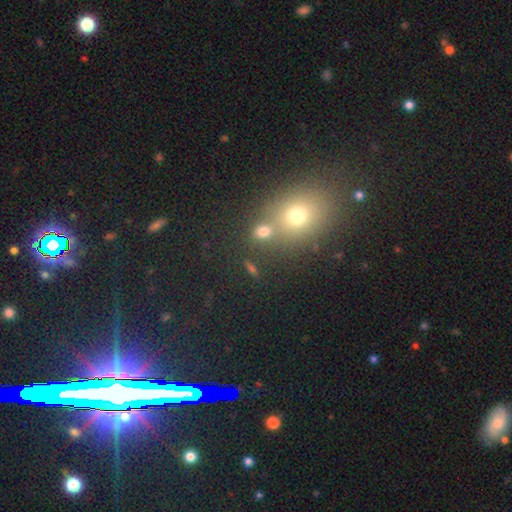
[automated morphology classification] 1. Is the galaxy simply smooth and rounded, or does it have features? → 49% smooth, 38% star or artifact, 13% featured or disk.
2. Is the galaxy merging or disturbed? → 76% none, 11% merger, 9% minor disturbance, 4% major disturbance.